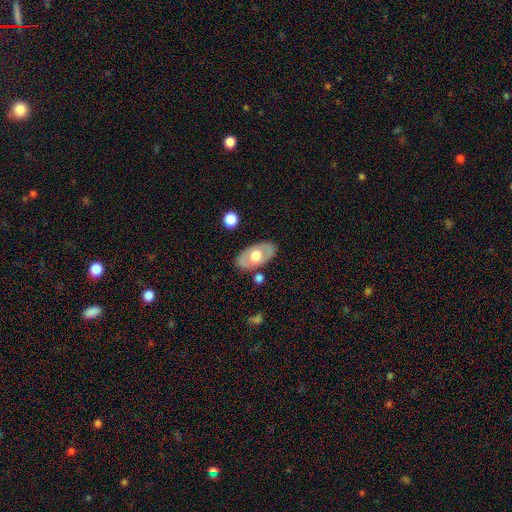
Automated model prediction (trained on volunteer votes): The model was most divided on "smooth or featured": featured or disk: 49%, smooth: 46%, star or artifact: 5%. More confident: merging — none (82%).